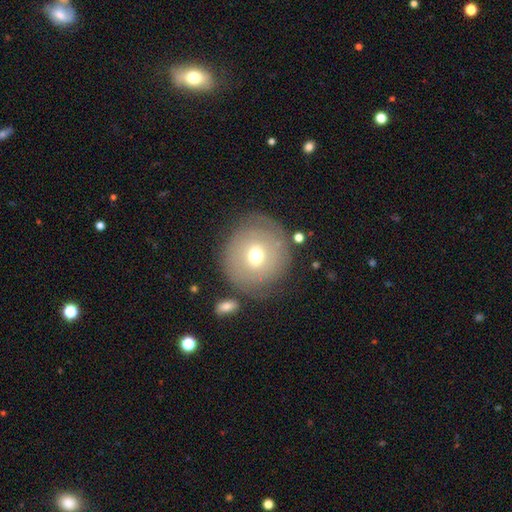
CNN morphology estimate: Smooth or featured?
  - smooth: 58% *
  - featured or disk: 33%
  - star or artifact: 9%
How rounded?
  - round: 90% *
  - in between: 9%
  - cigar-shaped: 1%
Merging?
  - none: 74% *
  - minor disturbance: 14%
  - major disturbance: 7%
  - merger: 4%